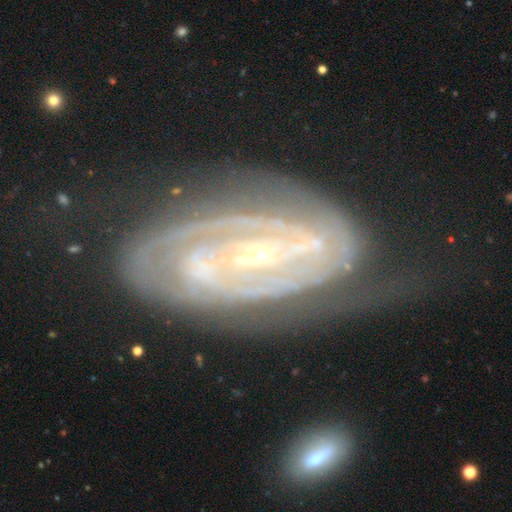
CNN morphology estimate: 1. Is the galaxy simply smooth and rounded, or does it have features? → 90% featured or disk, 5% star or artifact, 4% smooth.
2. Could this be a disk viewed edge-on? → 95% no, 5% yes.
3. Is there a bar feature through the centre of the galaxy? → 43% strong, 31% weak, 26% no.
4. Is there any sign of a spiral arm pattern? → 97% yes, 3% no.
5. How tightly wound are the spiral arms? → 73% tight, 23% medium, 4% loose.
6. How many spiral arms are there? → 58% 2, 14% 3, 14% can't tell, 6% 4, 4% more than 4, 4% 1.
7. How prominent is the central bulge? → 71% small, 25% moderate, 1% large, 1% none, 1% dominant.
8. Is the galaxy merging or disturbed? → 61% none, 22% minor disturbance, 13% major disturbance, 4% merger.